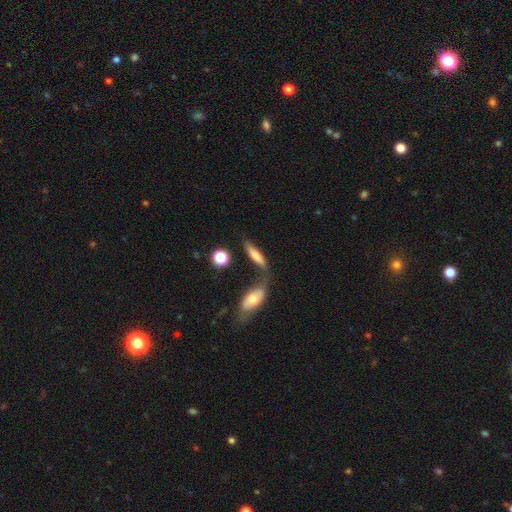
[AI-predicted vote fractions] Q: Smooth or featured?
A: smooth (69%); runner-up: featured or disk (23%)
Q: How rounded?
A: cigar-shaped (57%); runner-up: in between (39%)
Q: Merging?
A: none (45%); runner-up: merger (29%)